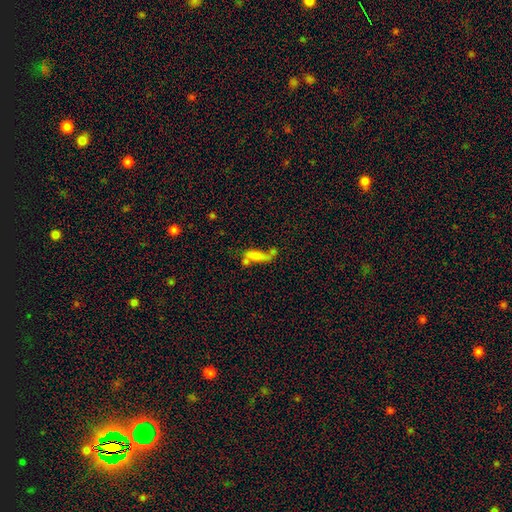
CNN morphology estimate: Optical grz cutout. It shows a smooth galaxy with no disk features (63%) that is in between round and cigar-shaped (49%). Merging: merger (40%).